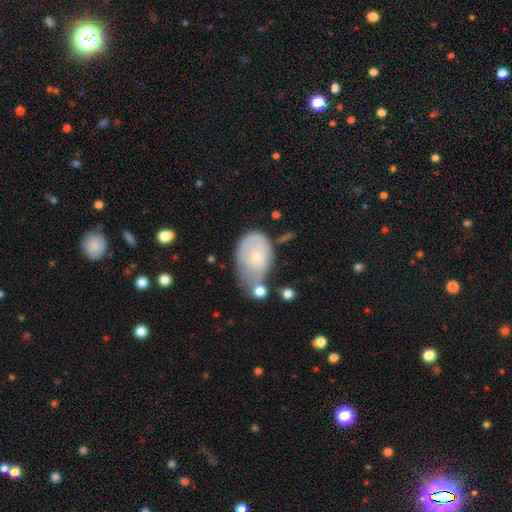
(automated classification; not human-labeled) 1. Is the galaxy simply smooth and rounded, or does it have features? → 53% smooth, 40% featured or disk, 7% star or artifact.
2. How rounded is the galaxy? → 80% in between, 19% round, 1% cigar-shaped.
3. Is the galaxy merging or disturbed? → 36% minor disturbance, 27% none, 20% major disturbance, 18% merger.